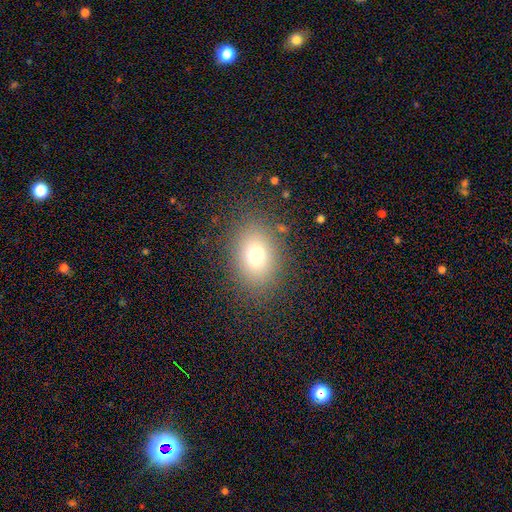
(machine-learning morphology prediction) The model was most divided on "how rounded": in between: 64%, round: 34%, cigar-shaped: 1%. More confident: merging — none (84%); smooth or featured — smooth (74%).